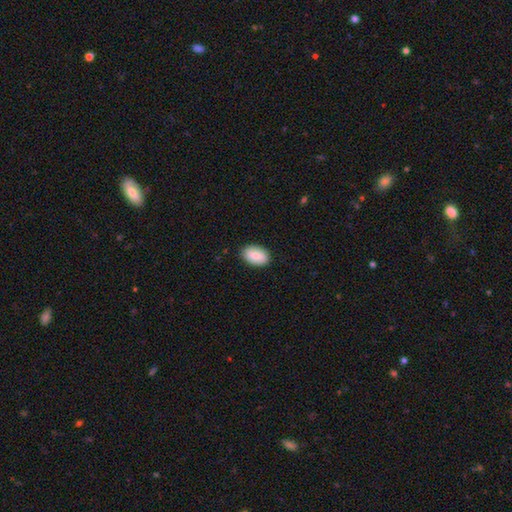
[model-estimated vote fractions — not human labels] smooth 81%, featured or disk 13%, star or artifact 6%. Down the decision tree: how rounded — in between (89%); merging — none (87%).